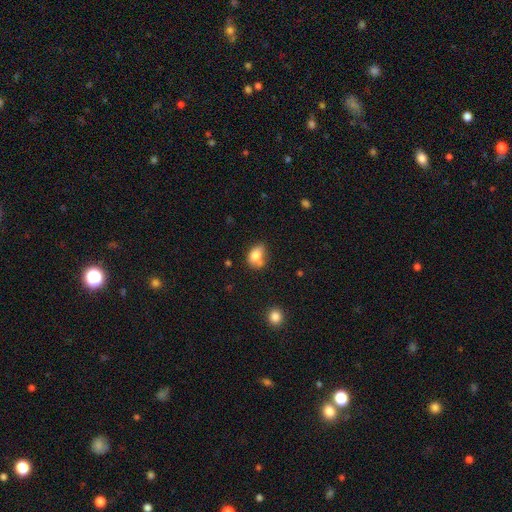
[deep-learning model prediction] Smooth or featured? smooth (78%)
How rounded? in between (73%)
Merging? none (42%)